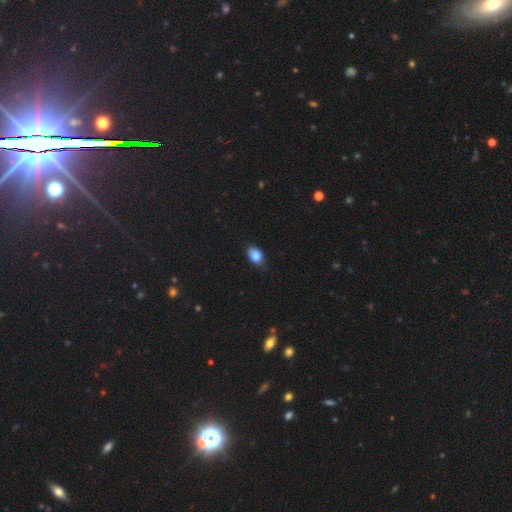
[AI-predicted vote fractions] Overall: smooth (84%). How rounded: in between (81%). Merging: none (80%).